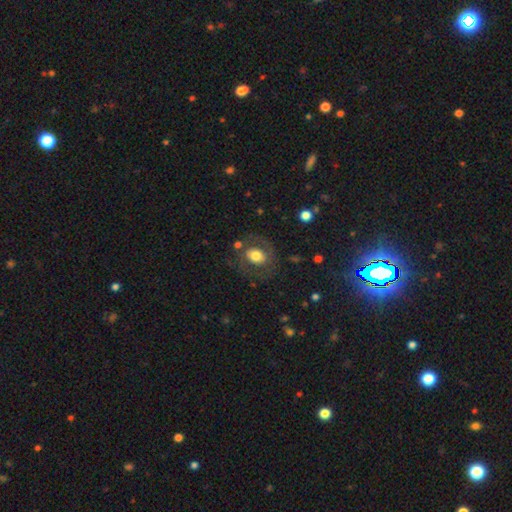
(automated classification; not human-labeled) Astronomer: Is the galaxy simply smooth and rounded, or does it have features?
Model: smooth — 58% (runner-up: featured or disk, 33%).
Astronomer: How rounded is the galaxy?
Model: round — 53% (runner-up: in between, 46%).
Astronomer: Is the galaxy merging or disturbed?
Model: none — 69%.